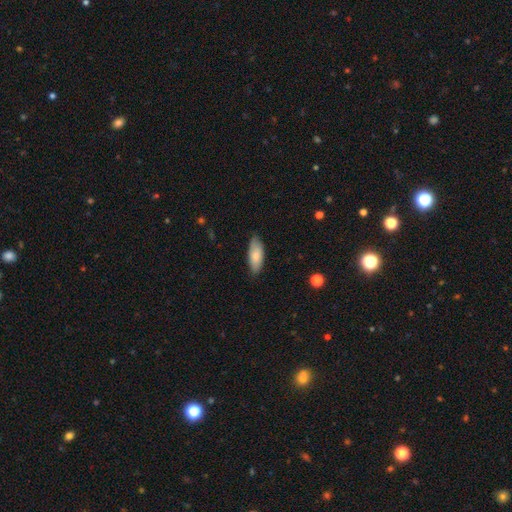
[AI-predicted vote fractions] Smooth or featured: smooth — 82% (featured or disk — 13%)
How rounded: in between — 78% (cigar-shaped — 20%)
Merging: none — 82% (minor disturbance — 15%)